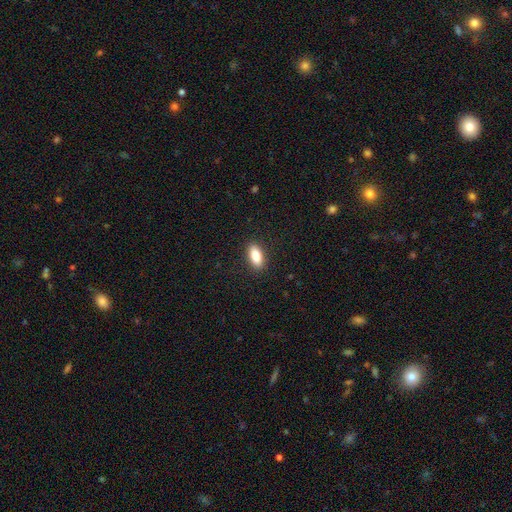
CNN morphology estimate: This is clearly a smooth galaxy (85%). How rounded: clearly in between (85%). Merging: clearly none (89%).